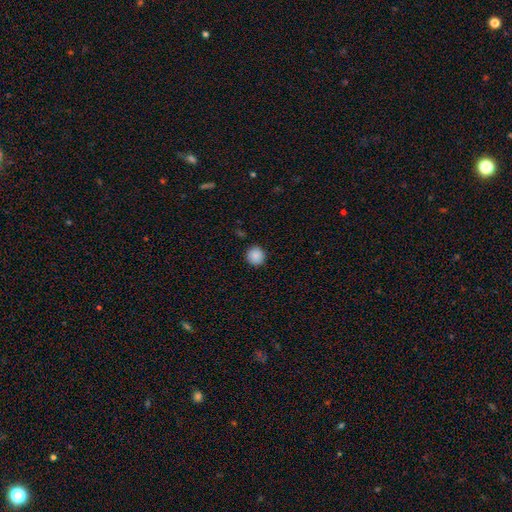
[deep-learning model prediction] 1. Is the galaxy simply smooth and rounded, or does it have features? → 88% smooth, 8% star or artifact, 4% featured or disk.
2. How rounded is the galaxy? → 92% round, 7% in between, 1% cigar-shaped.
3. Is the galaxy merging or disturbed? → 89% none, 8% minor disturbance, 2% major disturbance, 1% merger.